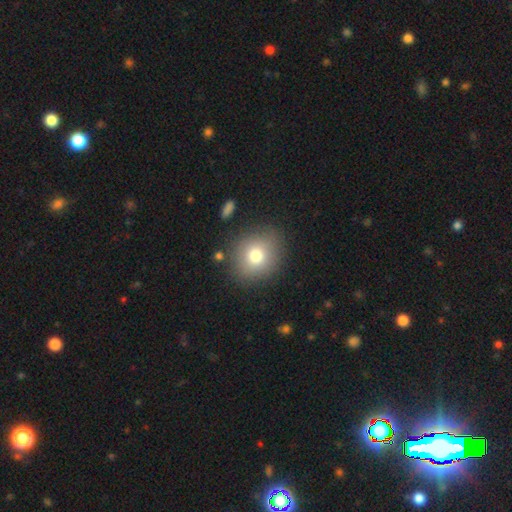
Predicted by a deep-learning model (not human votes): Smooth or featured? Predicted: smooth (p=0.76). How rounded? Predicted: round (p=0.77). Merging? Predicted: none (p=0.83).